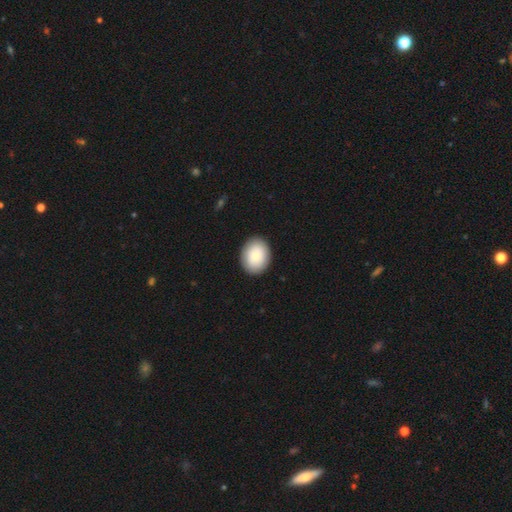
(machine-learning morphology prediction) A smooth galaxy with no disk features (84%) that is in between round and cigar-shaped (58%).

Vote fractions:
- Smooth or featured? smooth: 84% / featured or disk: 9% / star or artifact: 6%
- How rounded? in between: 58% / round: 41% / cigar-shaped: 1%
- Merging? none: 89% / minor disturbance: 8% / major disturbance: 2% / merger: 1%